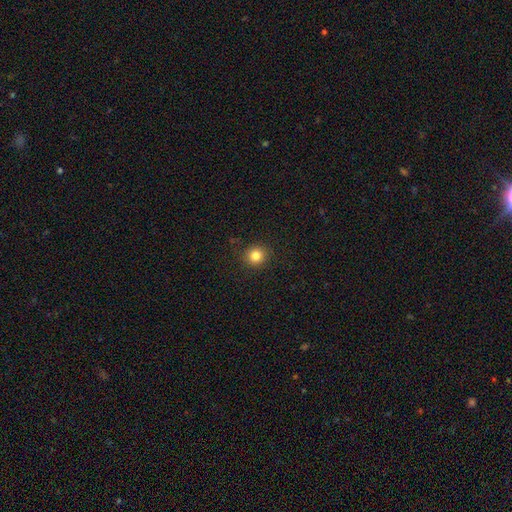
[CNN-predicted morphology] Smooth or featured: smooth — 83% (star or artifact — 12%)
How rounded: round — 92% (in between — 7%)
Merging: none — 90% (minor disturbance — 7%)